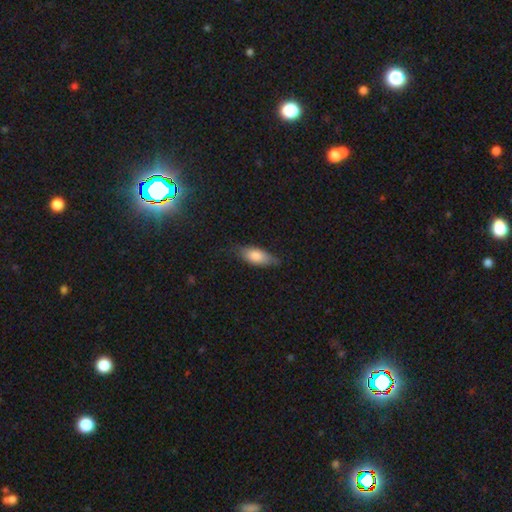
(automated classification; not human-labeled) A smooth galaxy with no disk features (79%) that is in between round and cigar-shaped (80%).

Vote fractions:
- Smooth or featured? smooth: 79% / featured or disk: 15% / star or artifact: 6%
- How rounded? in between: 80% / cigar-shaped: 18% / round: 3%
- Merging? none: 66% / minor disturbance: 26% / major disturbance: 6% / merger: 1%